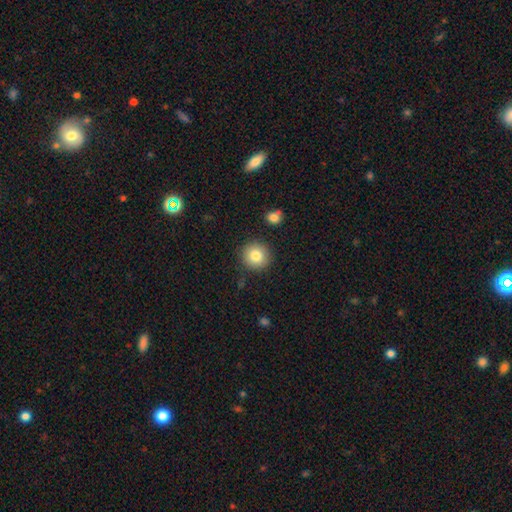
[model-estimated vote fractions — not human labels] smooth_or_featured: smooth (p=0.82) [alt: star or artifact p=0.09]
how_rounded: round (p=0.93) [alt: in between p=0.06]
merging: none (p=0.89) [alt: minor disturbance p=0.07]